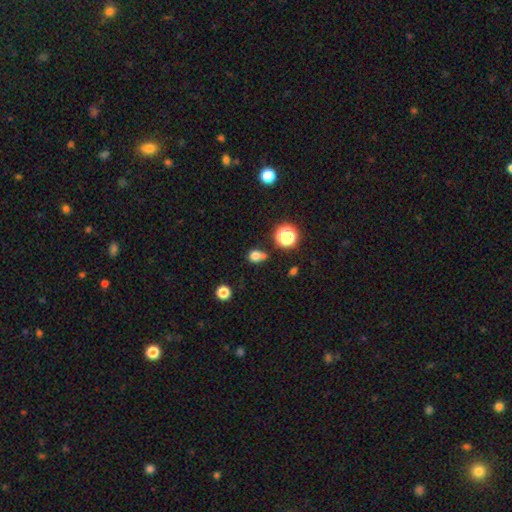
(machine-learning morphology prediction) The model was most divided on "how rounded": round: 64%, in between: 34%, cigar-shaped: 1%. More confident: smooth or featured — smooth (76%); merging — none (53%).